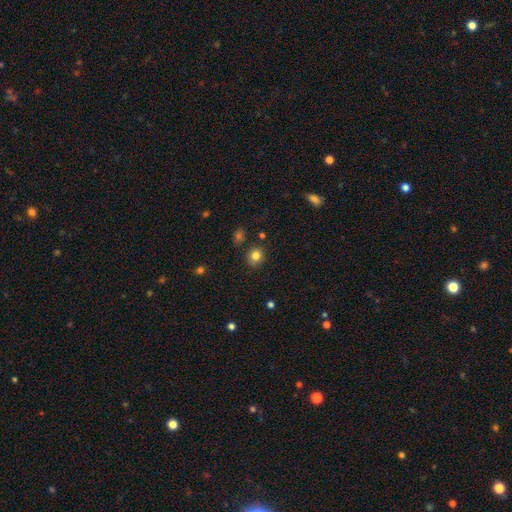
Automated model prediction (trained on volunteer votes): Smooth or featured? smooth (81%)
How rounded? round (72%)
Merging? none (81%)